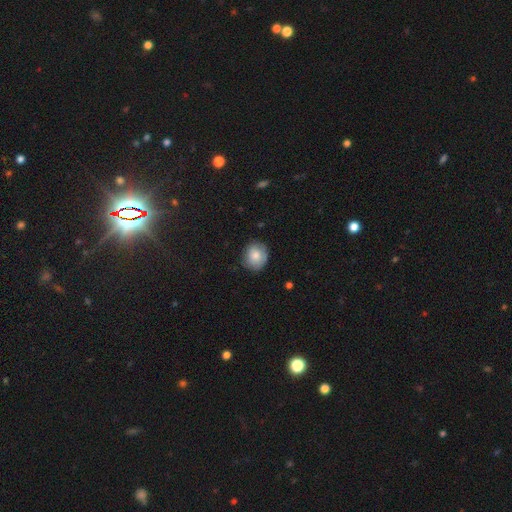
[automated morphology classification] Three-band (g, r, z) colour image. It shows a smooth galaxy with no disk features (78%) that is round (73%). Merging: none (76%).